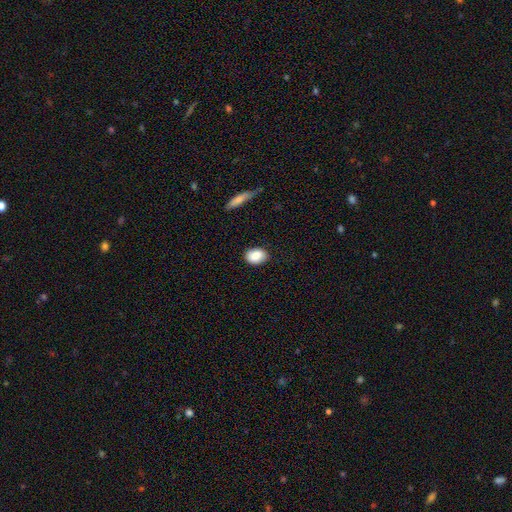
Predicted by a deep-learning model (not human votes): Smooth or featured? Predicted: smooth (p=0.85). How rounded? Predicted: in between (p=0.66). Merging? Predicted: none (p=0.86).